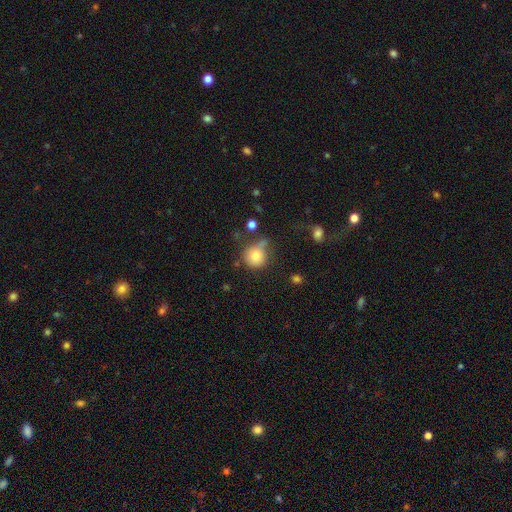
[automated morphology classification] This appears to be a smooth galaxy with no disk features (80%) that is round (85%). Merging: none (50%).